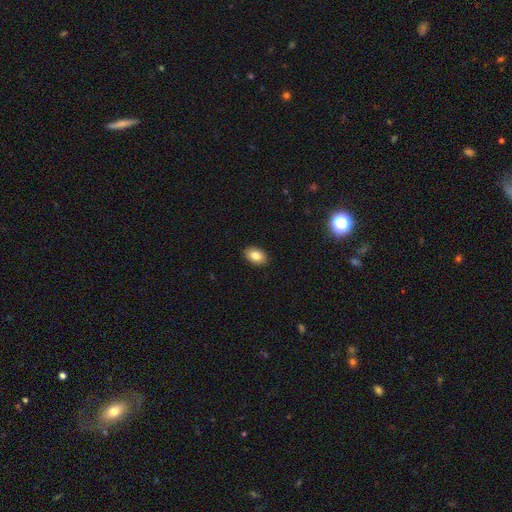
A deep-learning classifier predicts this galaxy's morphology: Smooth or featured?
  - smooth: 84% *
  - featured or disk: 8%
  - star or artifact: 8%
How rounded?
  - in between: 89% *
  - round: 9%
  - cigar-shaped: 1%
Merging?
  - none: 90% *
  - minor disturbance: 7%
  - major disturbance: 2%
  - merger: 1%